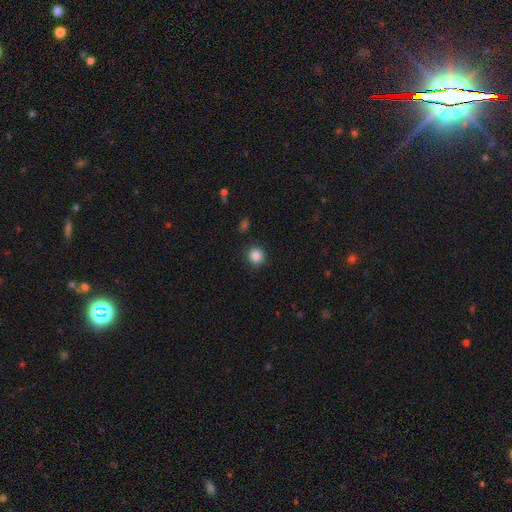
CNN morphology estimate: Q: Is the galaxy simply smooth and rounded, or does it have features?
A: smooth — 85%.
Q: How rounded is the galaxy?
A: round — 90%.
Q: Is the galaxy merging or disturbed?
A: none — 89%.